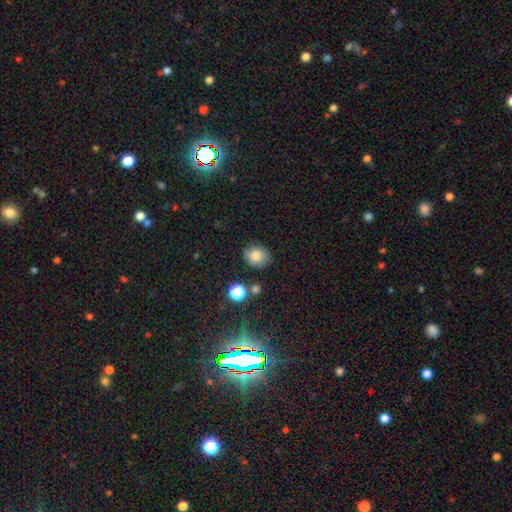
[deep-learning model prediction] Morphology: type=smooth (81%); roundness=round (73%); merging=none (80%).